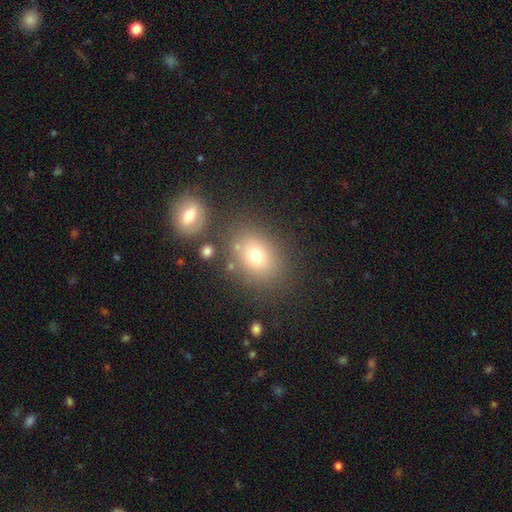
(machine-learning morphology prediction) This is likely a smooth galaxy (73%). How rounded: possibly in between (55%). Merging: likely none (72%).